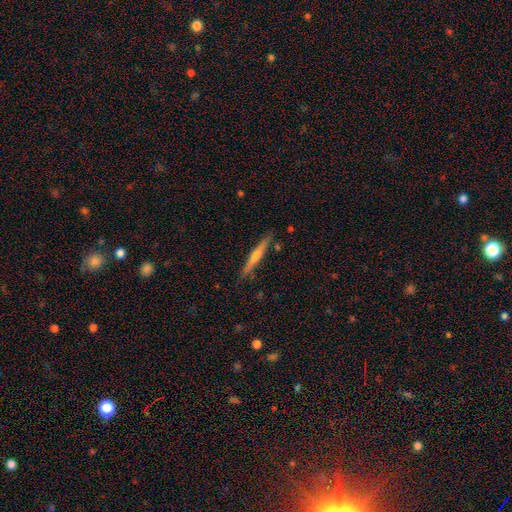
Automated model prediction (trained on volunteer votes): The model was most divided on "smooth or featured": featured or disk: 60%, smooth: 34%, star or artifact: 6%. More confident: edge-on disk — yes (97%); merging — none (88%); edge-on bulge — rounded (77%).